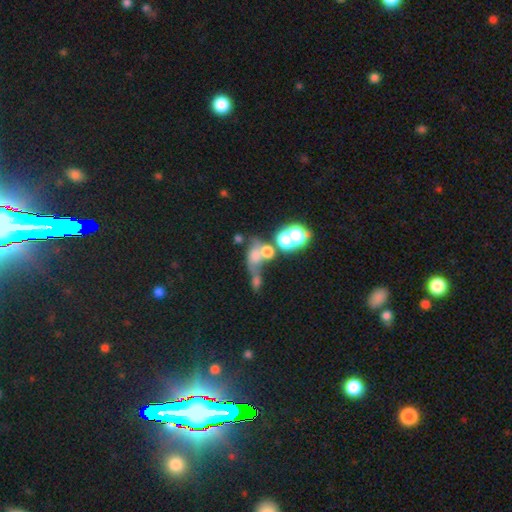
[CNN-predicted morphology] Smooth or featured: smooth — 49% (featured or disk — 29%)
Merging: merger — 52% (none — 20%)